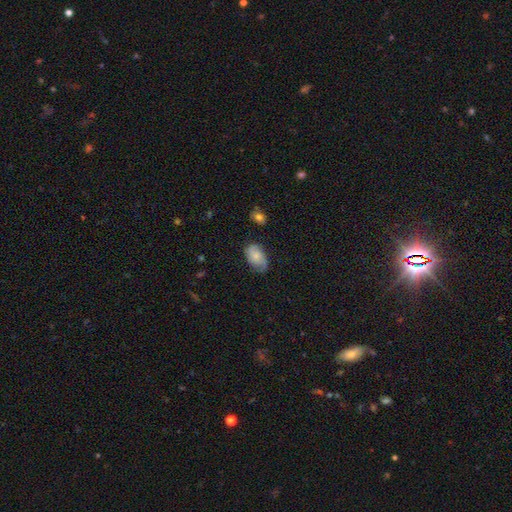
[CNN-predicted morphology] Overall: smooth (53%; featured or disk 40%). How rounded: in between (89%). Merging: none (61%; minor disturbance 29%).